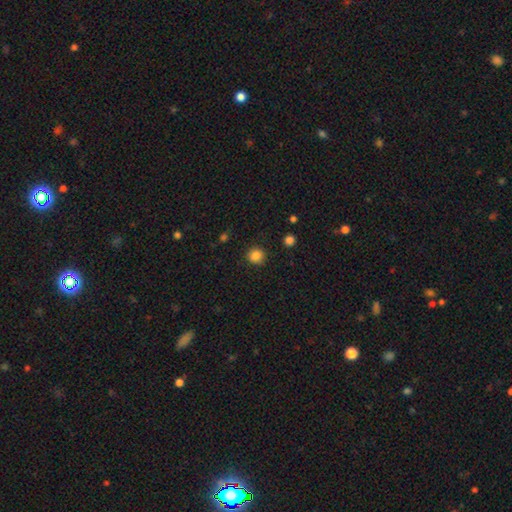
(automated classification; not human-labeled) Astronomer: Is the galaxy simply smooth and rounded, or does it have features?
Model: smooth — 86%.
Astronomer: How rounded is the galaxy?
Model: round — 88%.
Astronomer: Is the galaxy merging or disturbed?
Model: none — 89%.